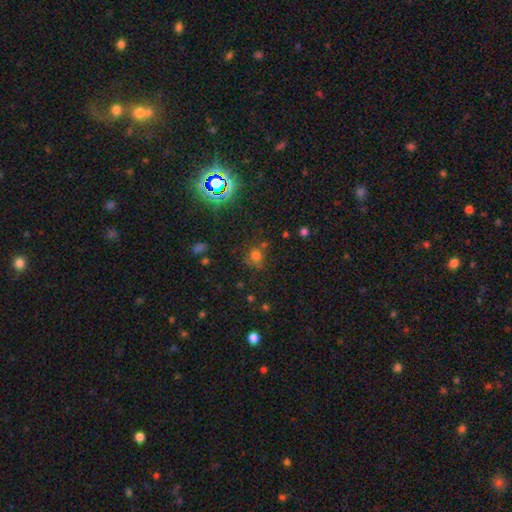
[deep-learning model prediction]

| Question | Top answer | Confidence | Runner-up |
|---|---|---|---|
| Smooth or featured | smooth | 64% | star or artifact (27%) |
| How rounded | round | 80% | in between (19%) |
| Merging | none | 60% | minor disturbance (19%) |